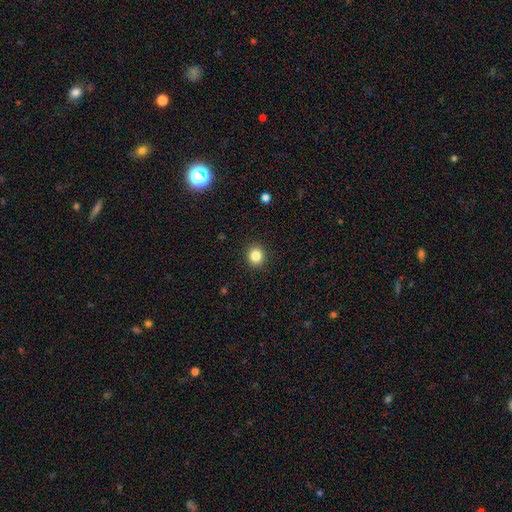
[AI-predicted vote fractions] Overall: smooth (84%). How rounded: round (85%). Merging: none (91%).